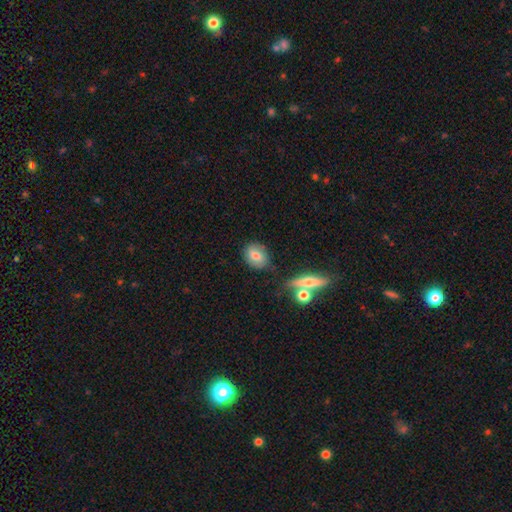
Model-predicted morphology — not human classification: Smooth or featured? Predicted: smooth (p=0.74). How rounded? Predicted: in between (p=0.52). Merging? Predicted: none (p=0.75).